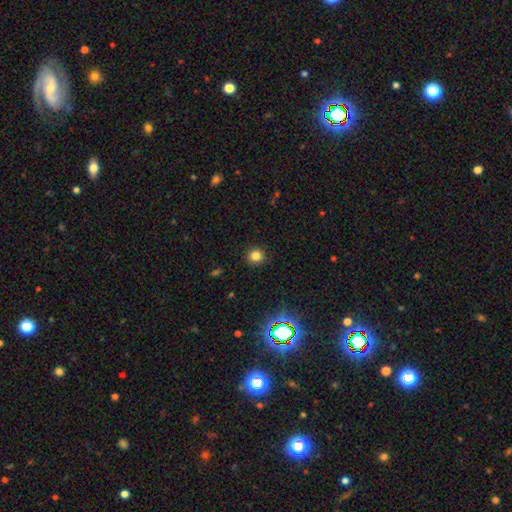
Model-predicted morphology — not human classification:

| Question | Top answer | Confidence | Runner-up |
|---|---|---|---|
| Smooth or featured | smooth | 80% | star or artifact (15%) |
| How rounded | round | 92% | in between (7%) |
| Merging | none | 91% | minor disturbance (6%) |